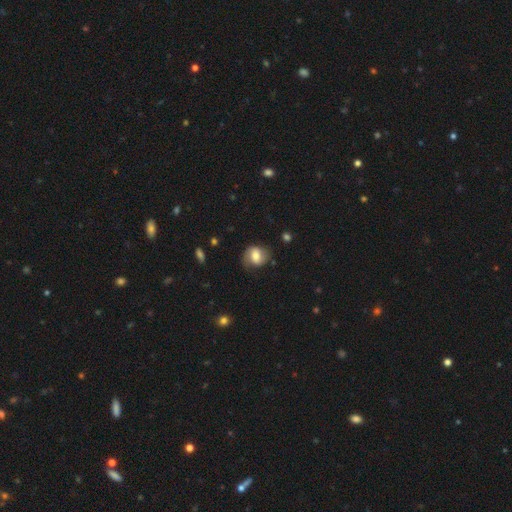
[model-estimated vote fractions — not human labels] Smooth or featured?
  - smooth: 55% *
  - featured or disk: 37%
  - star or artifact: 8%
How rounded?
  - round: 55% *
  - in between: 43%
  - cigar-shaped: 1%
Merging?
  - none: 62% *
  - minor disturbance: 24%
  - major disturbance: 12%
  - merger: 2%